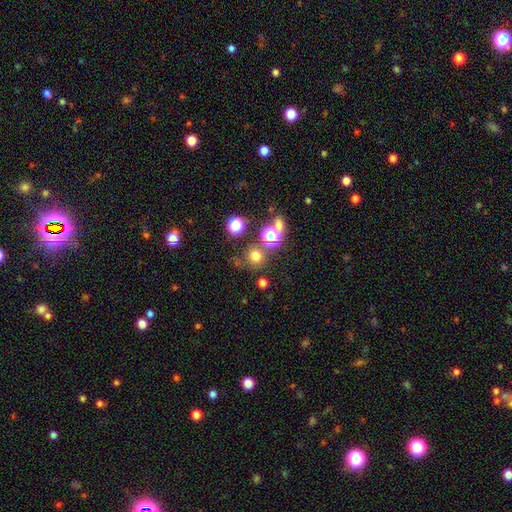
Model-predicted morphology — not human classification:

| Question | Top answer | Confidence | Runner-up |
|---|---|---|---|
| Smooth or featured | smooth | 65% | star or artifact (26%) |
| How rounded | round | 89% | in between (10%) |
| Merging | none | 65% | merger (15%) |